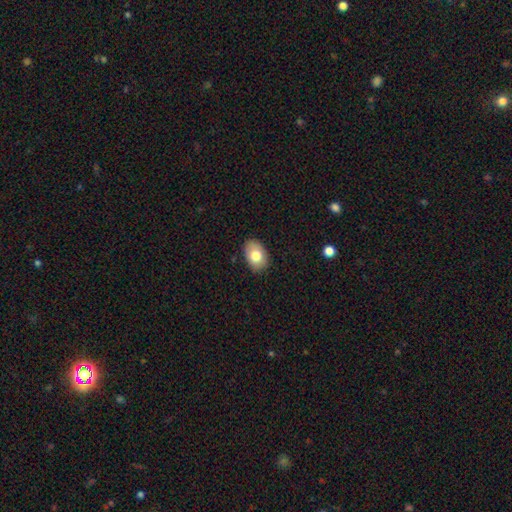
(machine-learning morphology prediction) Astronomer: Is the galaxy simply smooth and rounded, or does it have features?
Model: smooth — 79%.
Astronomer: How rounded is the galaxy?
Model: in between — 82%.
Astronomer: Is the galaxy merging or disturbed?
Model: none — 84%.